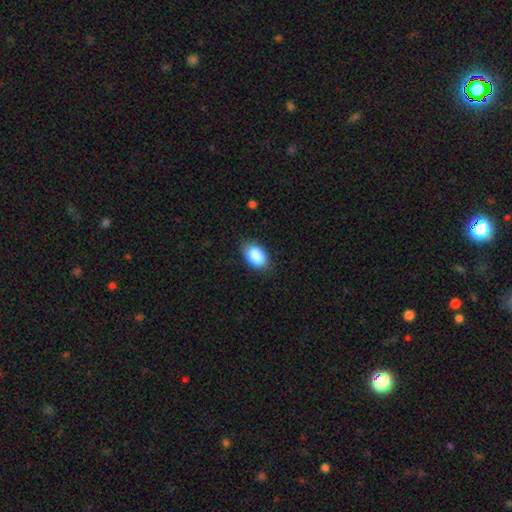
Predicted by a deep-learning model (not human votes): Smooth or featured? smooth (87%)
How rounded? in between (89%)
Merging? none (85%)